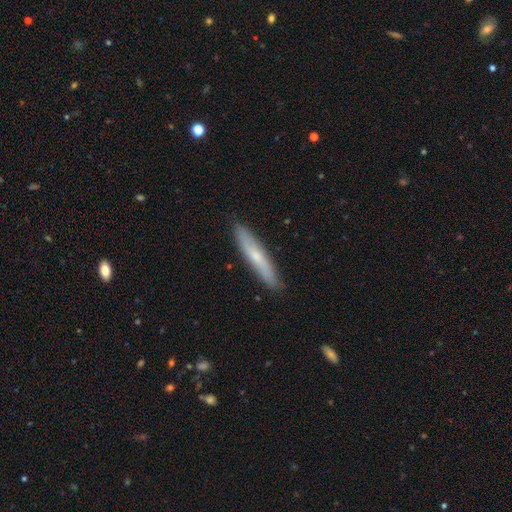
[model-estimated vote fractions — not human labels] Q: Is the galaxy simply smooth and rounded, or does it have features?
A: smooth — 55%.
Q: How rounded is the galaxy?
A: cigar-shaped — 91%.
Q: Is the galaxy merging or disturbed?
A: none — 89%.